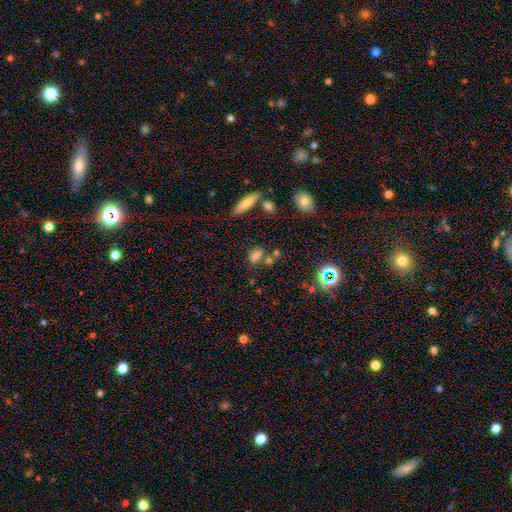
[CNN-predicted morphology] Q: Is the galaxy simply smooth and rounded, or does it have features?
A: smooth — 71%.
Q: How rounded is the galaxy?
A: in between — 77%.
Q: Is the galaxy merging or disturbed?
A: none — 65%.